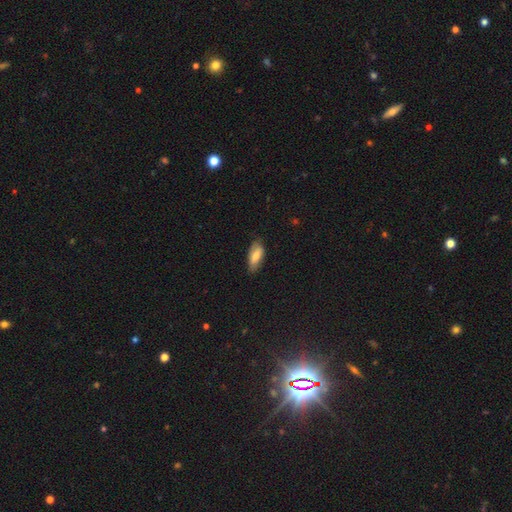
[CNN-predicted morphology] The model was most divided on "merging": none: 71%, minor disturbance: 24%, major disturbance: 4%, merger: 1%. More confident: how rounded — in between (81%); smooth or featured — smooth (72%).